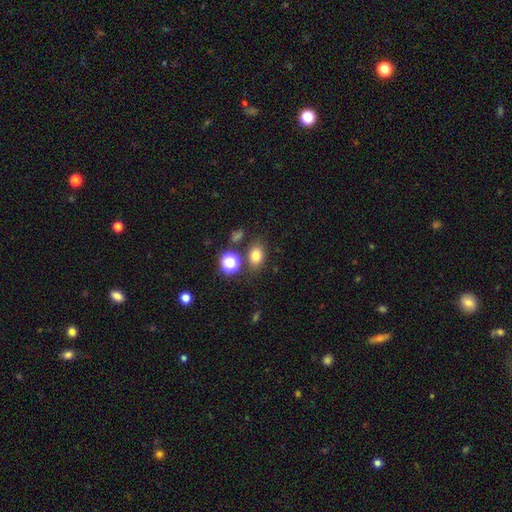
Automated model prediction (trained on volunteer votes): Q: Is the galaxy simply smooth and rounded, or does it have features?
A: smooth — 76%.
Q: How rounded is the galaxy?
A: in between — 63%.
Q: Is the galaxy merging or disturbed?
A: none — 75%.